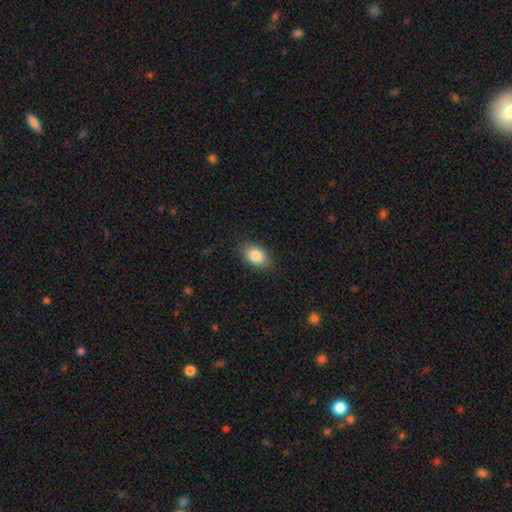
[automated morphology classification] This appears to be a smooth galaxy with no disk features (85%) that is in between round and cigar-shaped (87%). Merging: none (86%).